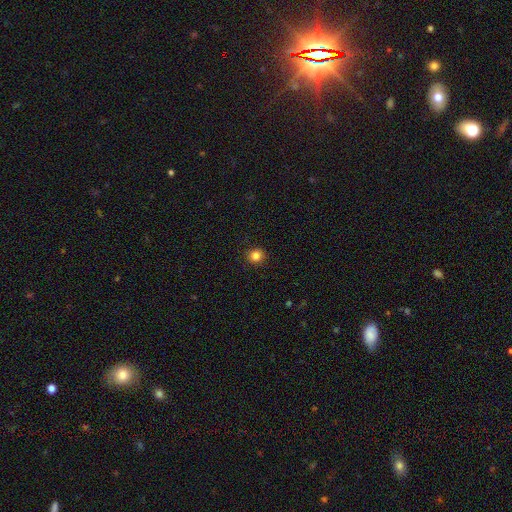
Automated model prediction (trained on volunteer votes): This is clearly a smooth galaxy (84%). How rounded: clearly round (91%). Merging: clearly none (92%).